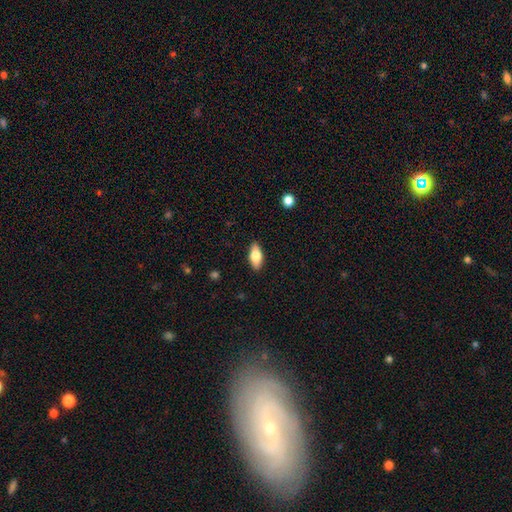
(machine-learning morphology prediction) A smooth galaxy with no disk features (73%) that is in between round and cigar-shaped (83%).

Vote fractions:
- Smooth or featured? smooth: 73% / featured or disk: 21% / star or artifact: 6%
- How rounded? in between: 83% / cigar-shaped: 14% / round: 3%
- Merging? none: 88% / minor disturbance: 9% / major disturbance: 2% / merger: 1%